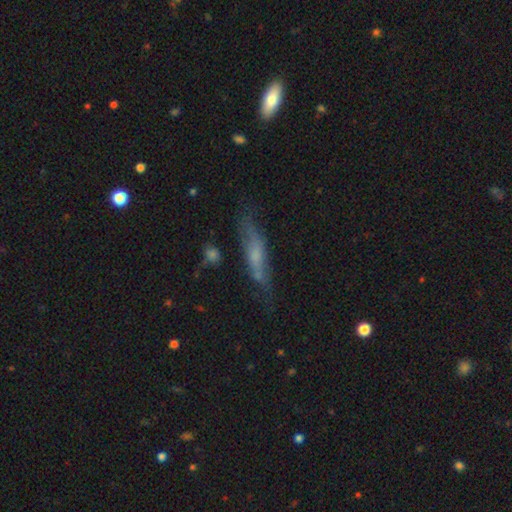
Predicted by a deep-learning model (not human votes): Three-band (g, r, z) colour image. It shows a featured or disk galaxy (45%). Merging: none (62%).